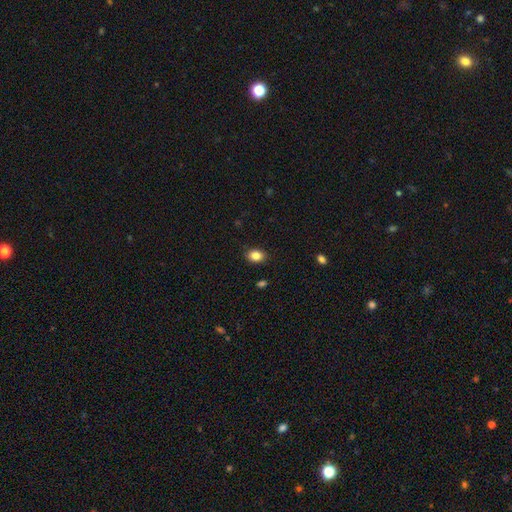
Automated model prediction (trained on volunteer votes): A smooth galaxy with no disk features (85%) that is in between round and cigar-shaped (71%).

Vote fractions:
- Smooth or featured? smooth: 85% / star or artifact: 9% / featured or disk: 5%
- How rounded? in between: 71% / round: 28% / cigar-shaped: 1%
- Merging? none: 88% / minor disturbance: 9% / major disturbance: 2% / merger: 1%